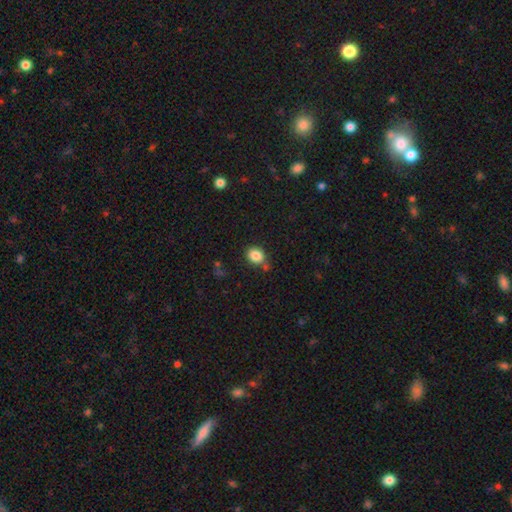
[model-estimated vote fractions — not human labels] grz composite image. It shows a smooth galaxy with no disk features (85%) that is round (59%). Merging: none (71%).